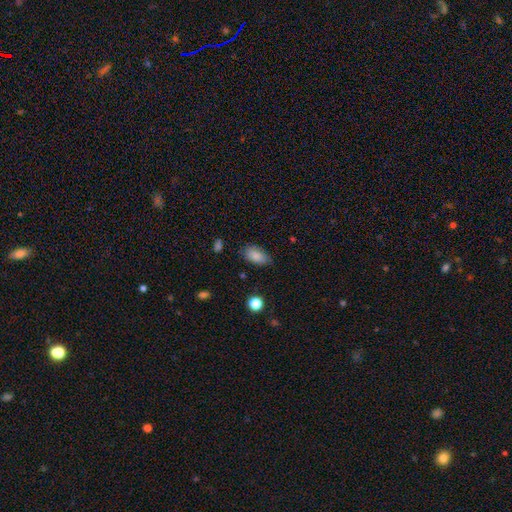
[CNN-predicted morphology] Smooth or featured? smooth (85%)
How rounded? in between (92%)
Merging? none (75%)